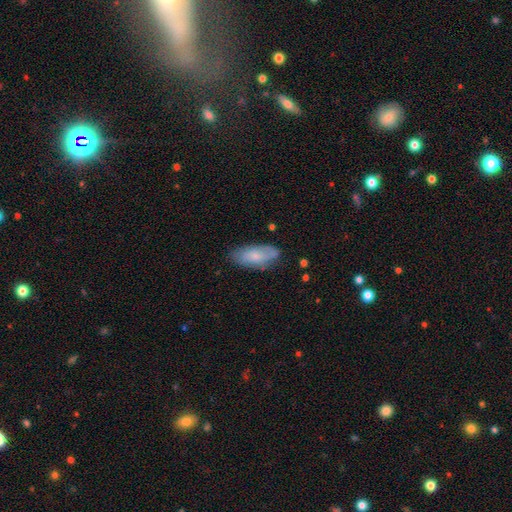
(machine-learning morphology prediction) smooth-or-featured: smooth: 67% | featured or disk: 26% | star or artifact: 6%
  how-rounded: in between: 83% | cigar-shaped: 15% | round: 2%
  merging: none: 73% | minor disturbance: 21% | major disturbance: 4% | merger: 2%